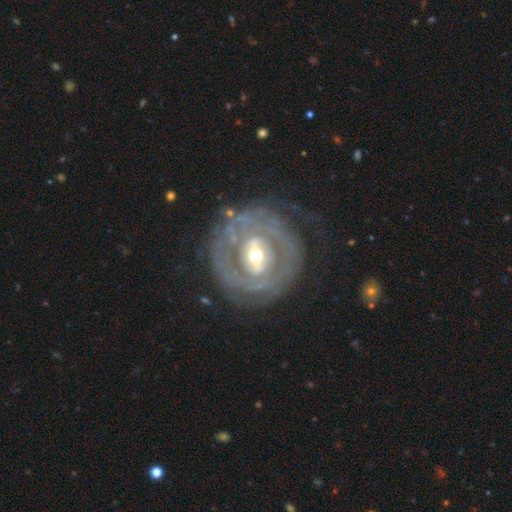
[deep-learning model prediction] A featured or disk galaxy (81%) with no bar (42%), tight (67%) spiral arms (70%) and a moderate central bulge (61%). Merging: none (70%).